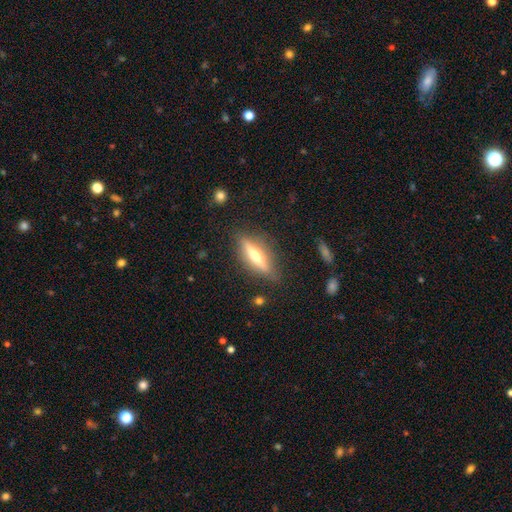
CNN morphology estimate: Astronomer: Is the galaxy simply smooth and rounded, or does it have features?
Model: featured or disk — 63%.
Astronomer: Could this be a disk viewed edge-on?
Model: yes — 92%.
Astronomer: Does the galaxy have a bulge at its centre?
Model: rounded — 90%.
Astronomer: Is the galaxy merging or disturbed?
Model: none — 84%.